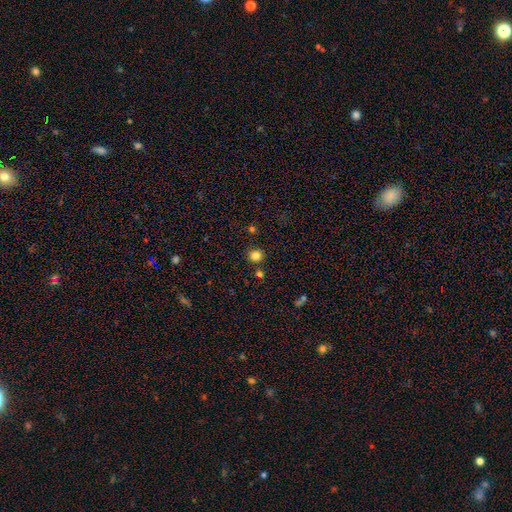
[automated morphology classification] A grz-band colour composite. It shows a smooth galaxy with no disk features (82%) that is round (92%). Merging: none (86%).